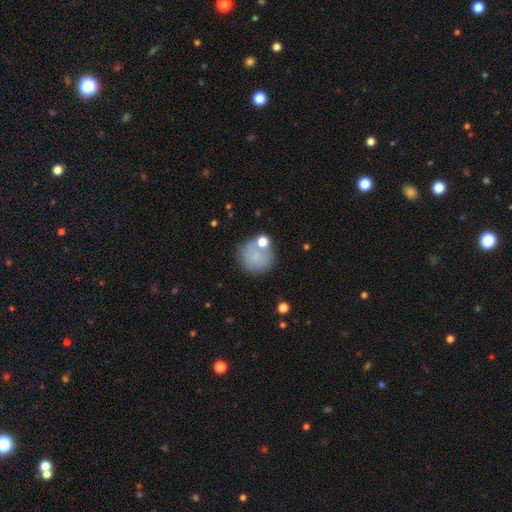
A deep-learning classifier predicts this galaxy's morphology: A smooth galaxy with no disk features (76%) that is round (93%). Merging: none (69%).